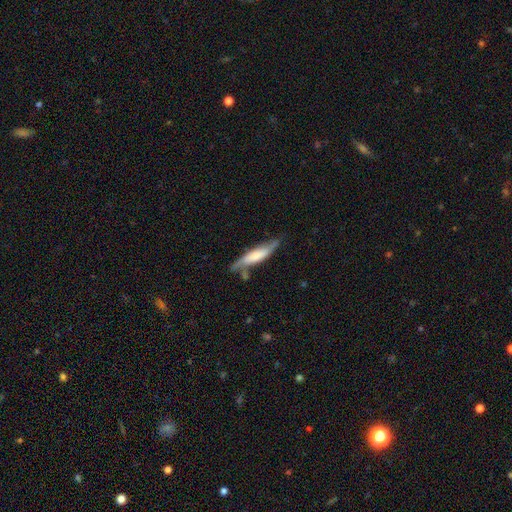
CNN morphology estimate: type=smooth (52%); roundness=cigar-shaped (76%); merging=none (59%).